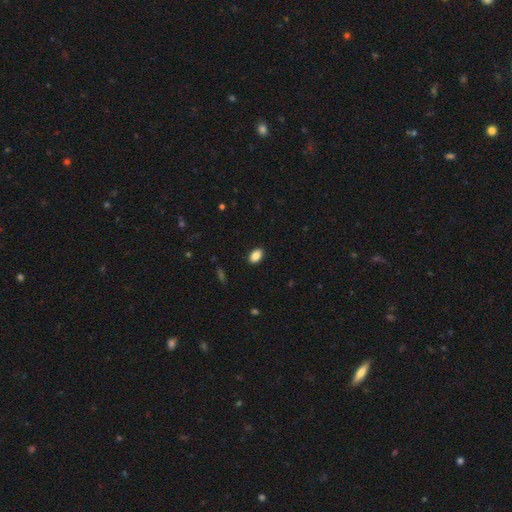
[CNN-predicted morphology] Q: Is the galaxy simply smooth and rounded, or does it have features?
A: smooth — 87%.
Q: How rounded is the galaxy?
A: in between — 89%.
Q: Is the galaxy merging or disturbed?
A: none — 90%.